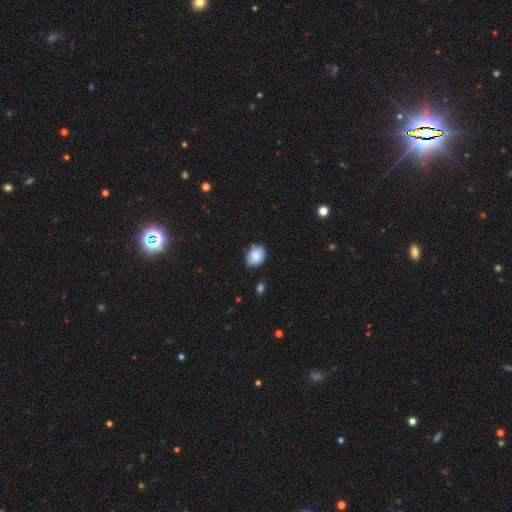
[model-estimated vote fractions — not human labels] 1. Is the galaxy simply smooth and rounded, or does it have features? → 72% smooth, 20% featured or disk, 8% star or artifact.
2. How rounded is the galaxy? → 64% in between, 35% round, 1% cigar-shaped.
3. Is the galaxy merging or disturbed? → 74% none, 20% minor disturbance, 4% major disturbance, 2% merger.